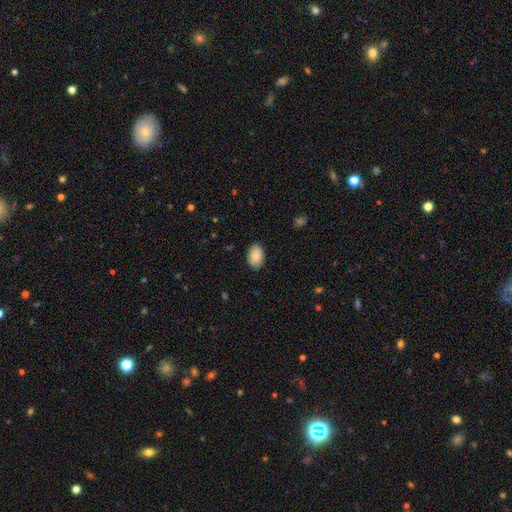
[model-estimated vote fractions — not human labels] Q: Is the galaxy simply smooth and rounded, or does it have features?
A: smooth — 86%.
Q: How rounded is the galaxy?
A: in between — 89%.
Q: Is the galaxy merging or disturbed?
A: none — 86%.